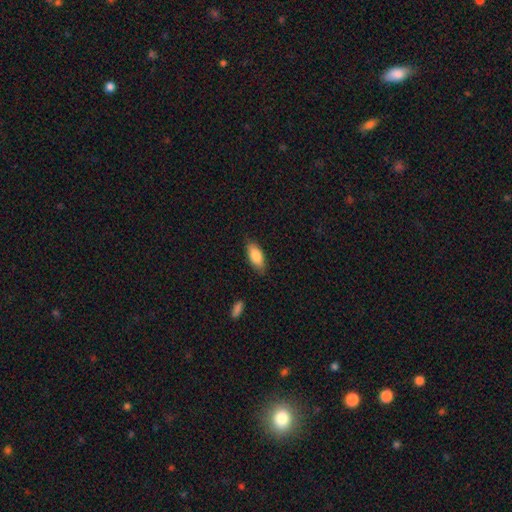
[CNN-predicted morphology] Q: Smooth or featured?
A: smooth (85%); runner-up: featured or disk (9%)
Q: How rounded?
A: in between (84%); runner-up: cigar-shaped (14%)
Q: Merging?
A: none (82%); runner-up: minor disturbance (14%)